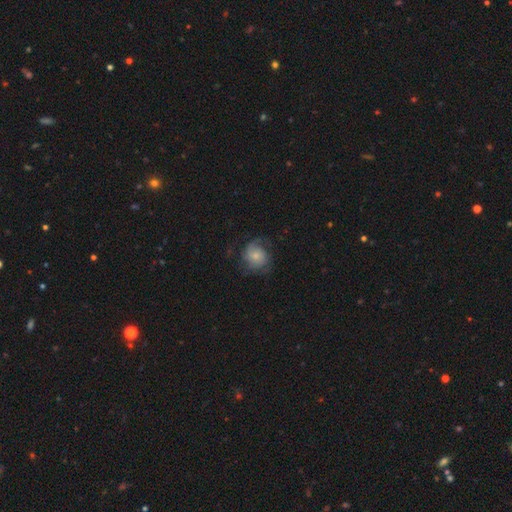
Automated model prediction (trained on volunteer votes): Overall: featured or disk (46%, tied with smooth). Merging: none (58%; minor disturbance 23%).